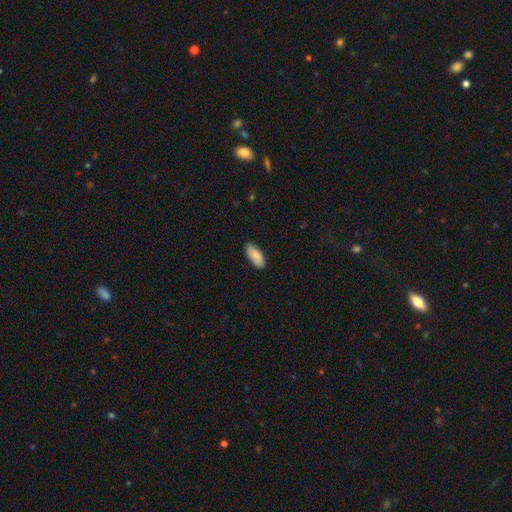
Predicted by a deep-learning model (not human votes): smooth 88%, featured or disk 7%, star or artifact 6%. Down the decision tree: how rounded — in between (86%); merging — none (86%).